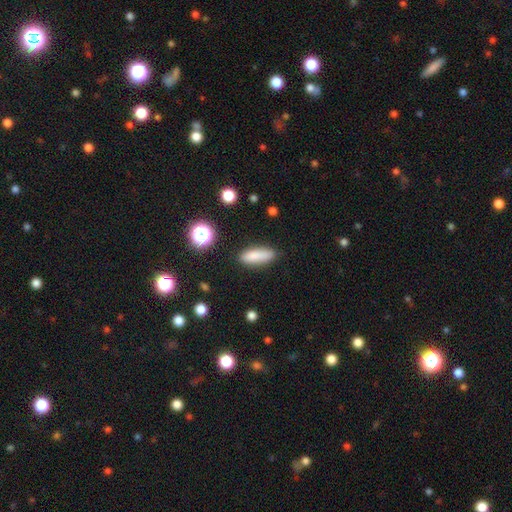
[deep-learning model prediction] Morphology: type=smooth (83%); roundness=cigar-shaped (49%); merging=none (83%).